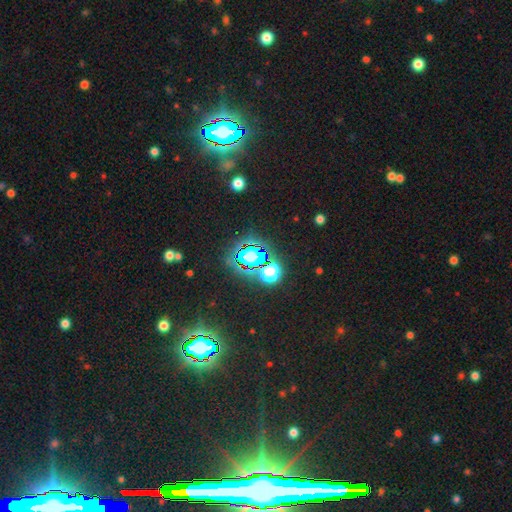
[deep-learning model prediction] Morphology: type=star or artifact (80%).